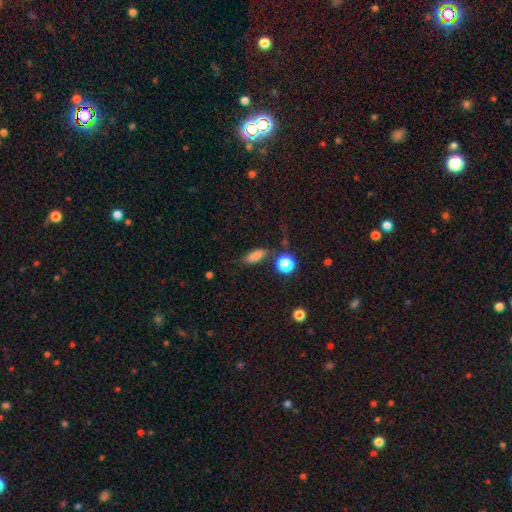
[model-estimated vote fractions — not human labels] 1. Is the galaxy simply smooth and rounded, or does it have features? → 78% smooth, 12% star or artifact, 10% featured or disk.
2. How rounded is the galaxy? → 70% in between, 21% cigar-shaped, 9% round.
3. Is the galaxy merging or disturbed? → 74% none, 15% minor disturbance, 6% merger, 5% major disturbance.